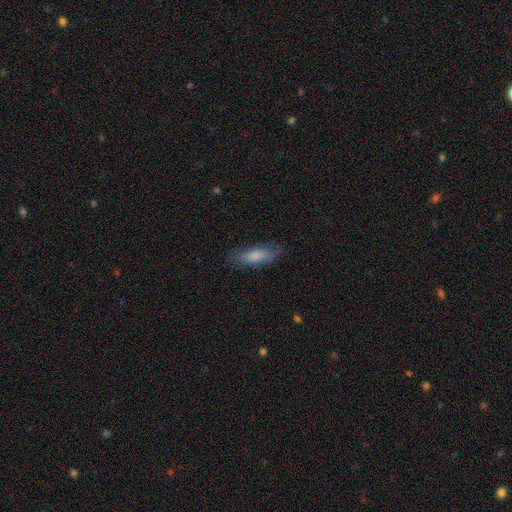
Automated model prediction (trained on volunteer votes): Morphology: type=smooth (80%); roundness=in between (60%); merging=none (79%).